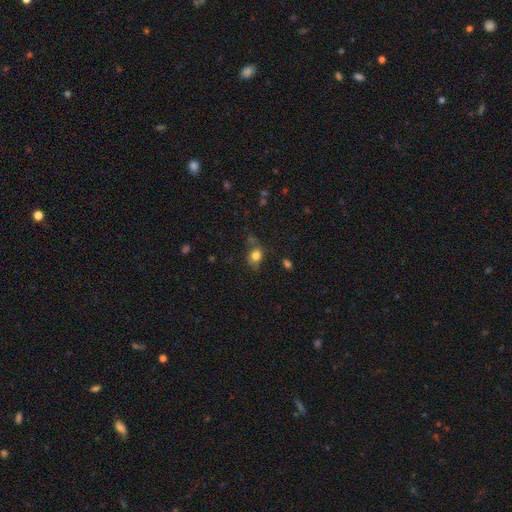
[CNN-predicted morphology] Q: Smooth or featured?
A: smooth (79%); runner-up: star or artifact (11%)
Q: How rounded?
A: round (52%); runner-up: in between (47%)
Q: Merging?
A: none (64%); runner-up: minor disturbance (24%)